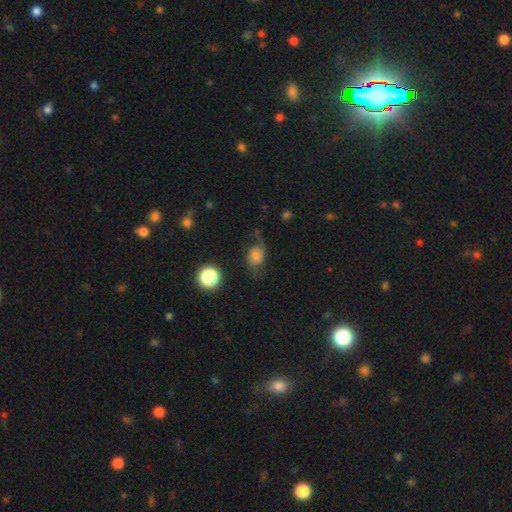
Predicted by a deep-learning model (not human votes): A smooth galaxy with no disk features (59%) that is in between round and cigar-shaped (63%).

Vote fractions:
- Smooth or featured? smooth: 59% / featured or disk: 27% / star or artifact: 14%
- How rounded? in between: 63% / round: 36% / cigar-shaped: 2%
- Merging? none: 48% / minor disturbance: 28% / major disturbance: 21% / merger: 3%